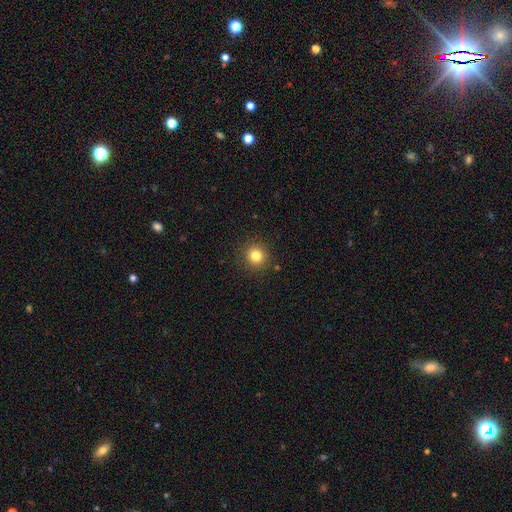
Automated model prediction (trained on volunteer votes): Smooth or featured? smooth (81%)
How rounded? round (92%)
Merging? none (90%)